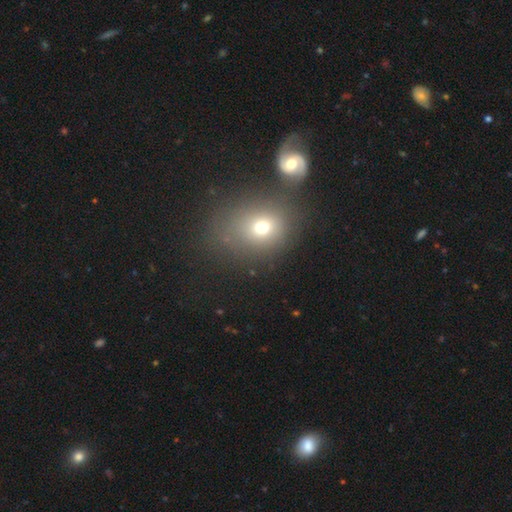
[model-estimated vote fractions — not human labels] Smooth or featured?
  - smooth: 57% *
  - star or artifact: 30%
  - featured or disk: 13%
How rounded?
  - round: 59% *
  - in between: 39%
  - cigar-shaped: 1%
Merging?
  - none: 67% *
  - merger: 17%
  - minor disturbance: 11%
  - major disturbance: 5%